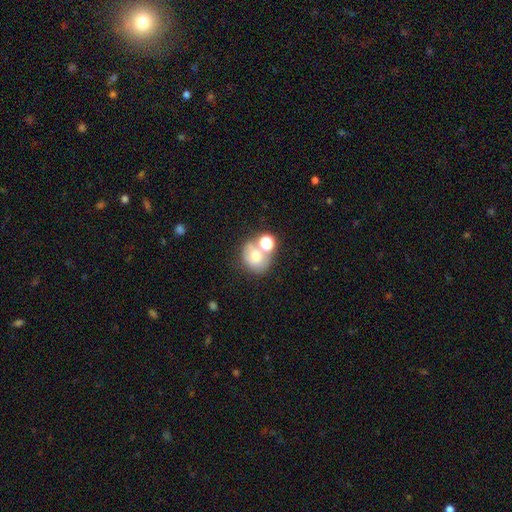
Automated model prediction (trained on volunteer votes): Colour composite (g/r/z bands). It shows a smooth galaxy with no disk features (64%) that is round (62%). Merging: merger (40%).